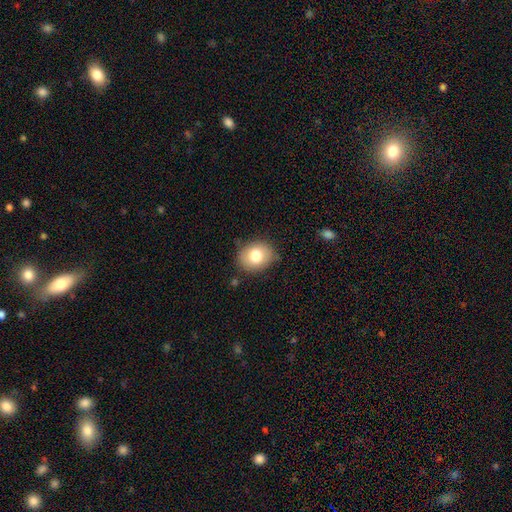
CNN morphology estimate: smooth-or-featured: smooth: 77% | featured or disk: 14% | star or artifact: 9%
  how-rounded: round: 53% | in between: 46% | cigar-shaped: 1%
  merging: none: 81% | minor disturbance: 14% | major disturbance: 3% | merger: 2%